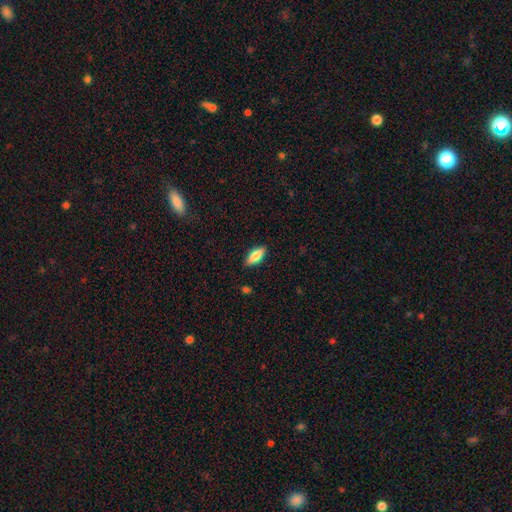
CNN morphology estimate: This is likely a smooth galaxy (76%). How rounded: likely in between (77%). Merging: clearly none (87%).